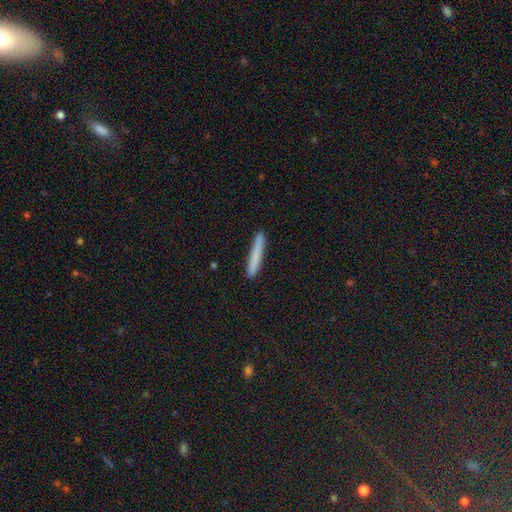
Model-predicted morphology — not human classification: This appears to be a smooth galaxy with no disk features (78%) that is cigar-shaped (96%). Merging: none (90%).